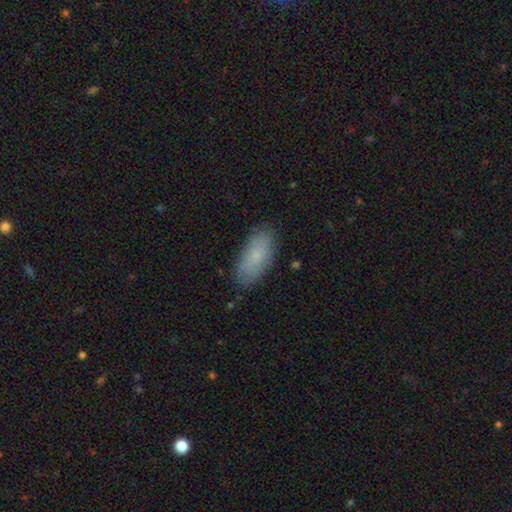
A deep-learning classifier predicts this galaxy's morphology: Smooth or featured? Predicted: smooth (p=0.78). How rounded? Predicted: in between (p=0.83). Merging? Predicted: none (p=0.83).